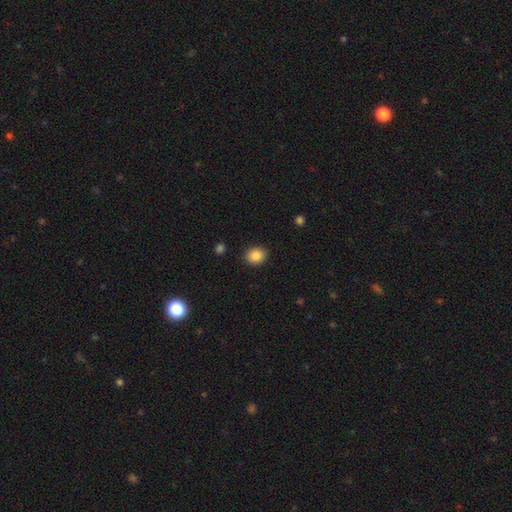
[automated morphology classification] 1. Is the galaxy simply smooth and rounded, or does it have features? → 87% smooth, 9% star or artifact, 4% featured or disk.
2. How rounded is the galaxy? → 54% round, 45% in between, 1% cigar-shaped.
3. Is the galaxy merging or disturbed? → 88% none, 8% minor disturbance, 2% major disturbance, 1% merger.